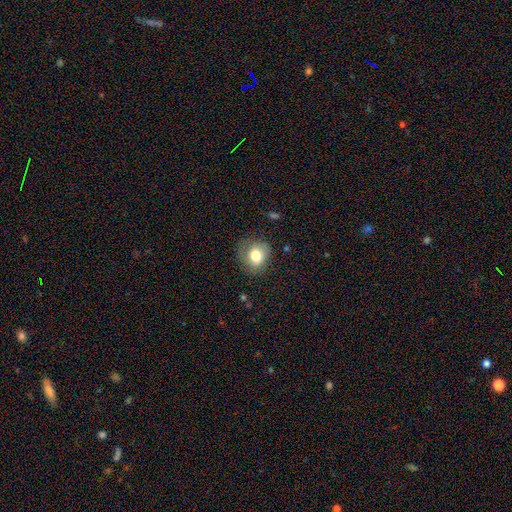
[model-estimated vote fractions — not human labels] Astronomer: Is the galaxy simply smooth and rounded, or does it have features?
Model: smooth — 77%.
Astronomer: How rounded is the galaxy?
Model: round — 74%.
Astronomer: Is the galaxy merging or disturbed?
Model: none — 71%.